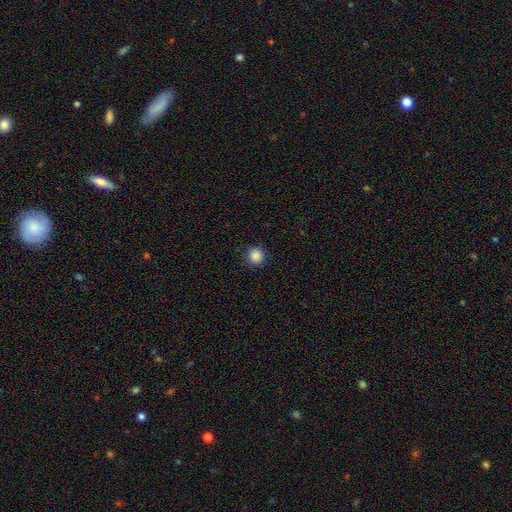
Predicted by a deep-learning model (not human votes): smooth-or-featured: smooth: 88% | star or artifact: 10% | featured or disk: 3%
  how-rounded: round: 93% | in between: 6% | cigar-shaped: 1%
  merging: none: 91% | minor disturbance: 6% | major disturbance: 2% | merger: 1%